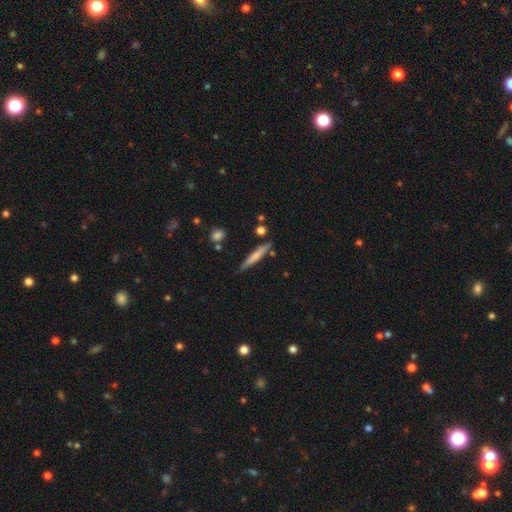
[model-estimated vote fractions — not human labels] Smooth or featured?
  - smooth: 64% *
  - featured or disk: 31%
  - star or artifact: 6%
How rounded?
  - cigar-shaped: 93% *
  - in between: 5%
  - round: 1%
Merging?
  - none: 81% *
  - minor disturbance: 12%
  - merger: 4%
  - major disturbance: 2%